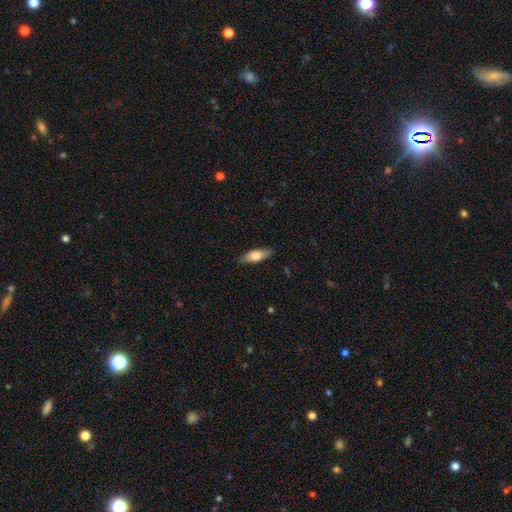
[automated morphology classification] smooth 69%, featured or disk 25%, star or artifact 6%. Down the decision tree: how rounded — in between (64%); merging — none (85%).